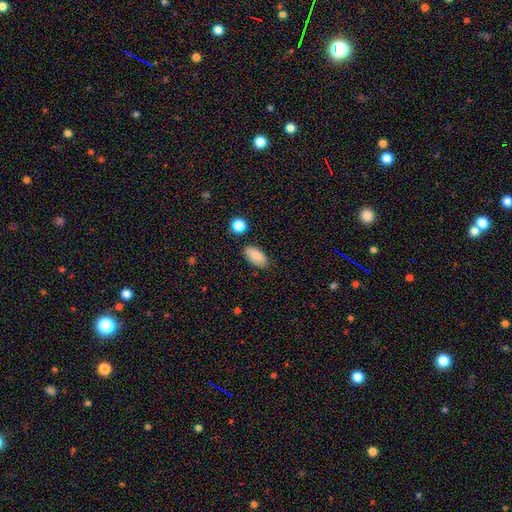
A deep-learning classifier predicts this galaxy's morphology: Smooth or featured? Predicted: smooth (p=0.87). How rounded? Predicted: in between (p=0.91). Merging? Predicted: none (p=0.84).